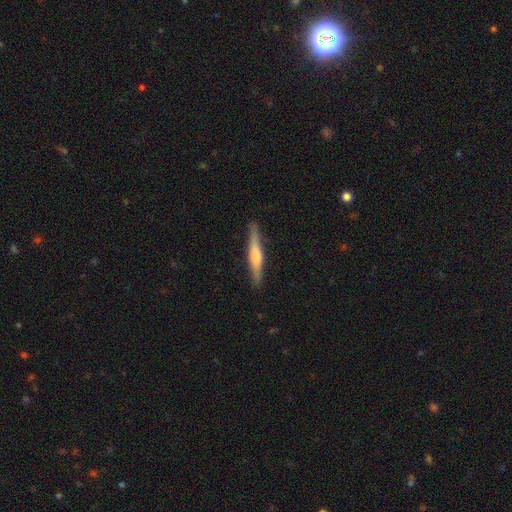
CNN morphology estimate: A smooth galaxy with no disk features (48%).

Vote fractions:
- Smooth or featured? smooth: 48% / featured or disk: 47% / star or artifact: 6%
- Merging? none: 85% / minor disturbance: 11% / major disturbance: 2% / merger: 1%